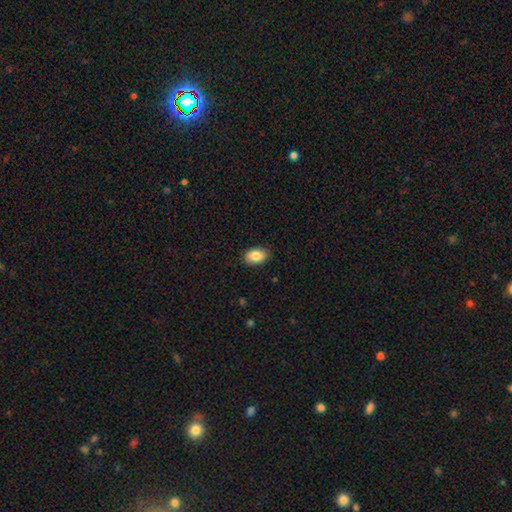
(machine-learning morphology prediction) Smooth or featured: smooth — 86% (star or artifact — 7%)
How rounded: in between — 86% (round — 13%)
Merging: none — 86% (minor disturbance — 11%)